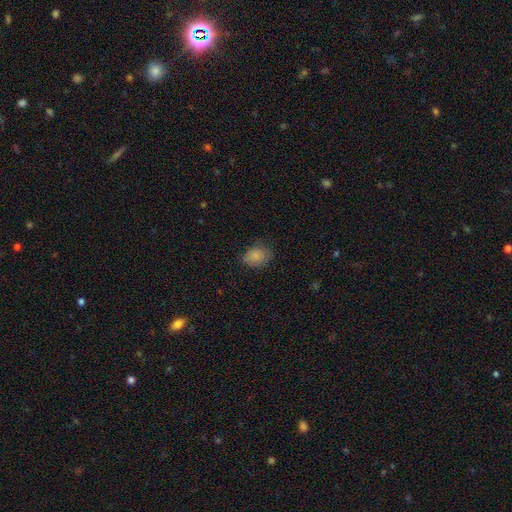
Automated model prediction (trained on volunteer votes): Smooth or featured: smooth — 84% (star or artifact — 9%)
How rounded: in between — 64% (round — 35%)
Merging: none — 68% (minor disturbance — 25%)